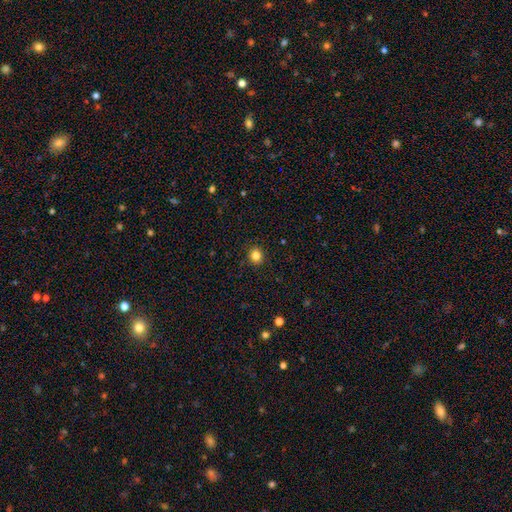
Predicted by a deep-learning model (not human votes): The model was most divided on "smooth or featured": smooth: 83%, star or artifact: 12%, featured or disk: 5%. More confident: merging — none (91%); how rounded — round (86%).